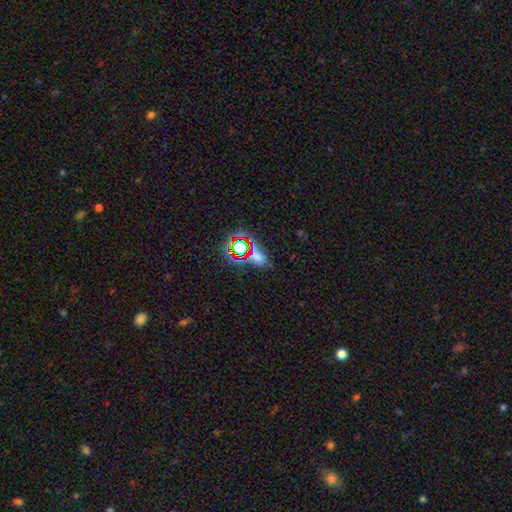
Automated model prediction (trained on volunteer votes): This is possibly a star or artifact rather than a galaxy (45%).